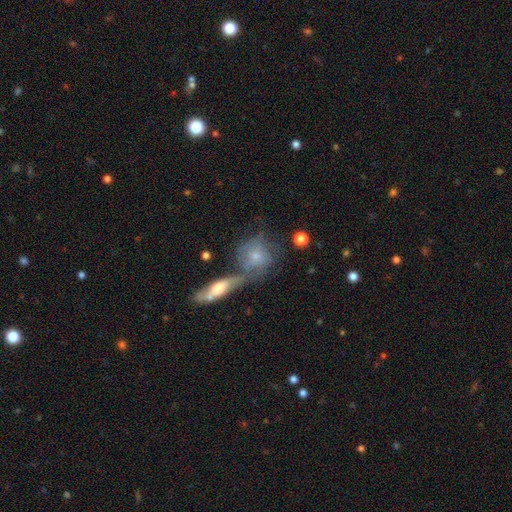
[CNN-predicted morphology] This appears to be a smooth galaxy with no disk features (49%). Merging: none (38%).